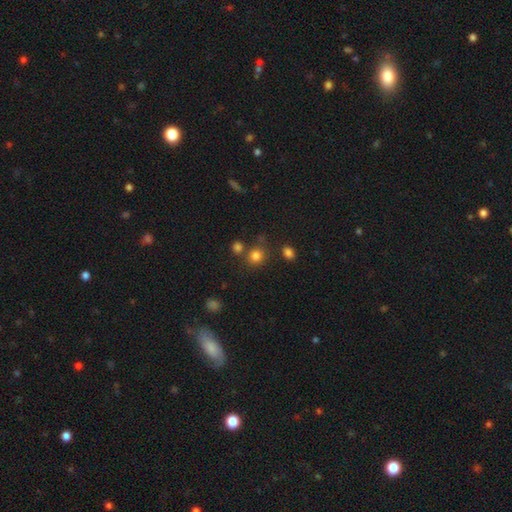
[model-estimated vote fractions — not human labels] Smooth or featured?
  - smooth: 80% *
  - star or artifact: 15%
  - featured or disk: 6%
How rounded?
  - round: 84% *
  - in between: 15%
  - cigar-shaped: 1%
Merging?
  - none: 72% *
  - merger: 14%
  - minor disturbance: 10%
  - major disturbance: 4%